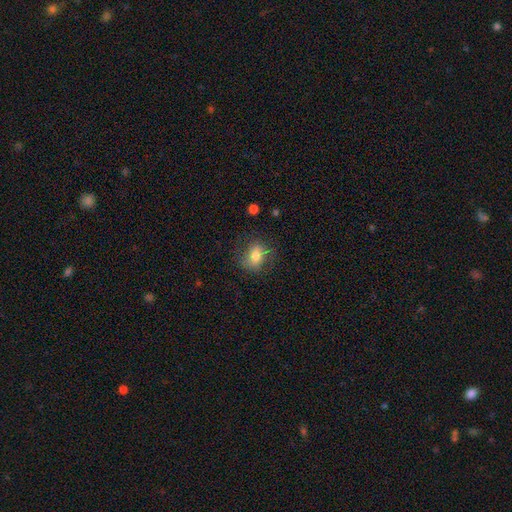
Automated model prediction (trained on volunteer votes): This appears to be a smooth galaxy with no disk features (68%) that is in between round and cigar-shaped (51%). Merging: none (73%).